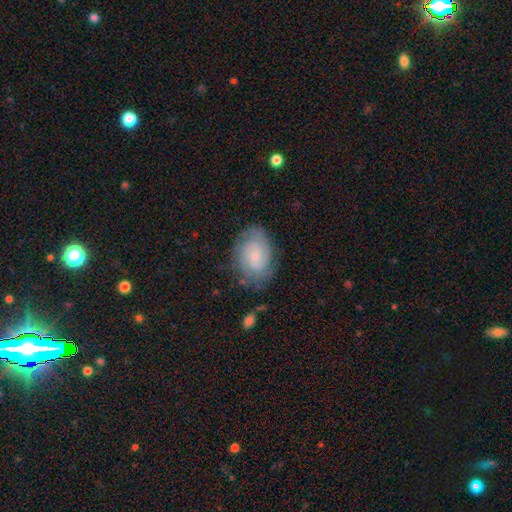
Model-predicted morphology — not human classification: Q: Smooth or featured?
A: featured or disk (72%); runner-up: smooth (21%)
Q: Edge-on disk?
A: no (97%); runner-up: yes (3%)
Q: Bar?
A: no (64%); runner-up: weak (32%)
Q: Spiral arms?
A: yes (93%); runner-up: no (7%)
Q: Spiral winding?
A: tight (57%); runner-up: medium (34%)
Q: Spiral arm count?
A: 2 (49%); runner-up: can't tell (26%)
Q: Bulge size?
A: small (73%); runner-up: moderate (19%)
Q: Merging?
A: none (75%); runner-up: minor disturbance (17%)